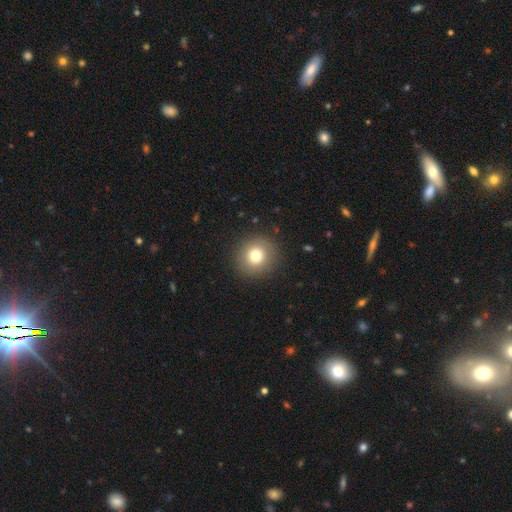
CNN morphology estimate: Smooth or featured? Predicted: smooth (p=0.77). How rounded? Predicted: round (p=0.94). Merging? Predicted: none (p=0.90).